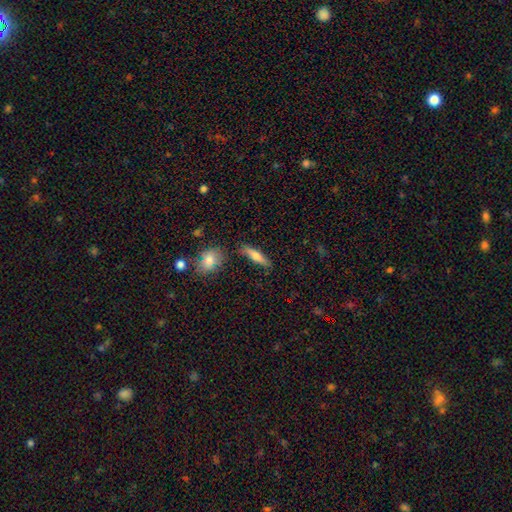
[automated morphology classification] Smooth or featured? smooth (66%)
How rounded? cigar-shaped (75%)
Merging? none (83%)